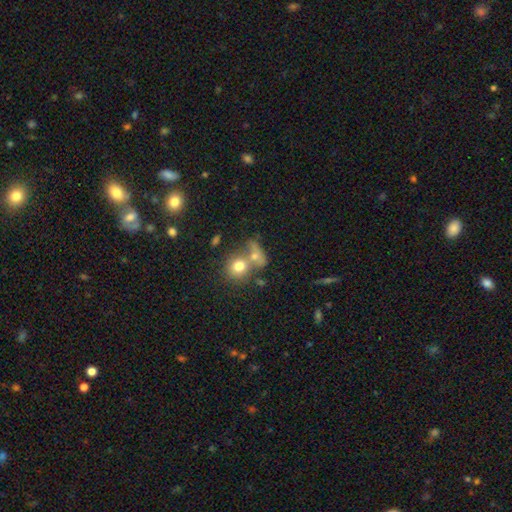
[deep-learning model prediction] Overall: smooth (66%). How rounded: in between (48%; round 47%). Merging: merger (54%; none 28%).